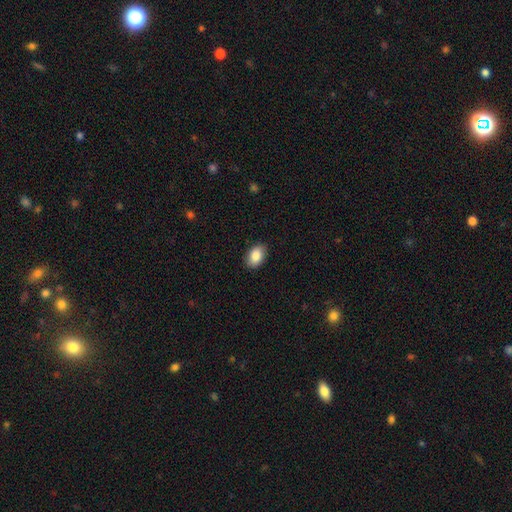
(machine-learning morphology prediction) Overall: smooth (87%). How rounded: in between (88%). Merging: none (88%).